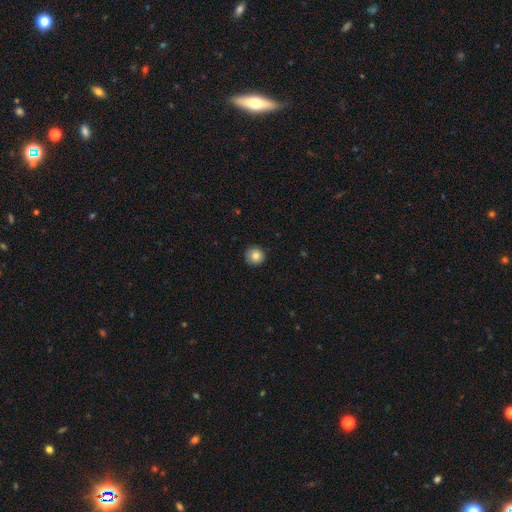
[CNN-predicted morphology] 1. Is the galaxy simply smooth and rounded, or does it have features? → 81% smooth, 9% star or artifact, 9% featured or disk.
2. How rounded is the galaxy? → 95% round, 4% in between, 1% cigar-shaped.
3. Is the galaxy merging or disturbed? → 89% none, 8% minor disturbance, 2% major disturbance, 1% merger.